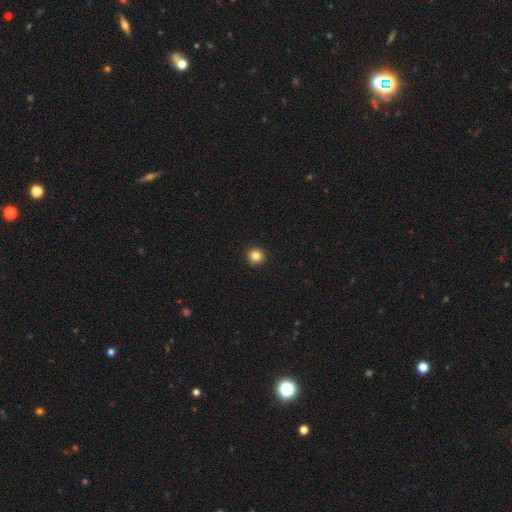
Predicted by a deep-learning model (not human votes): smooth 84%, star or artifact 11%, featured or disk 4%. Down the decision tree: how rounded — round (94%); merging — none (93%).